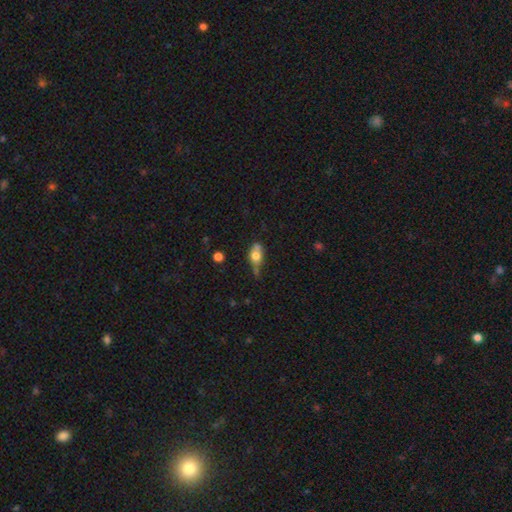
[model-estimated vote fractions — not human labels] Q: Smooth or featured?
A: smooth (64%); runner-up: featured or disk (26%)
Q: How rounded?
A: in between (60%); runner-up: round (32%)
Q: Merging?
A: none (37%); runner-up: minor disturbance (27%)